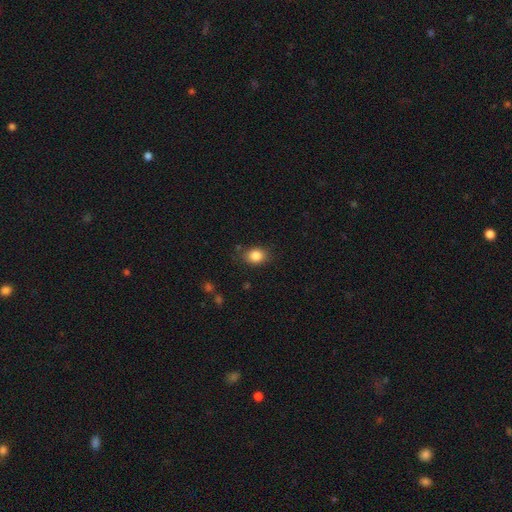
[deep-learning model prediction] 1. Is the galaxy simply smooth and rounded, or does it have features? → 85% smooth, 9% star or artifact, 5% featured or disk.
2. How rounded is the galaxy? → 57% in between, 42% round, 1% cigar-shaped.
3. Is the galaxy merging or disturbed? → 82% none, 13% minor disturbance, 3% major disturbance, 2% merger.